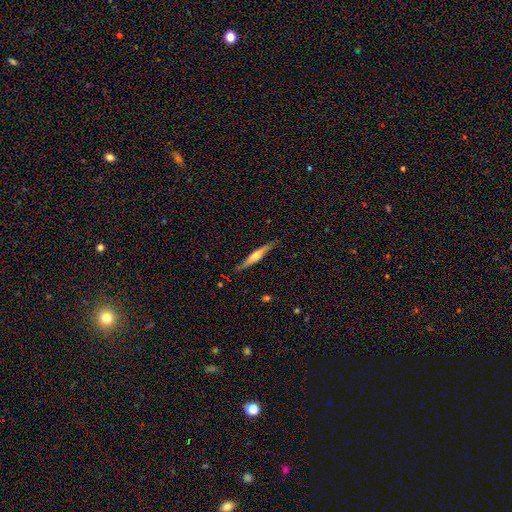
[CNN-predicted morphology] A featured or disk galaxy (53%) viewed edge-on (93%). Merging: none (82%).